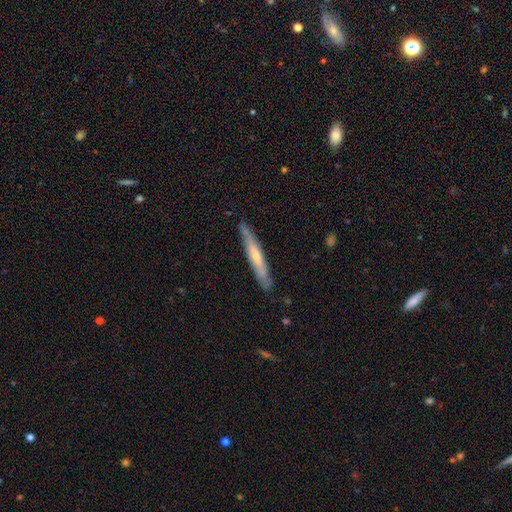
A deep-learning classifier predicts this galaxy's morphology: smooth_or_featured: featured or disk (p=0.55) [alt: smooth p=0.39]
disk_edge_on: yes (p=0.83) [alt: no p=0.17]
merging: none (p=0.85) [alt: minor disturbance p=0.12]